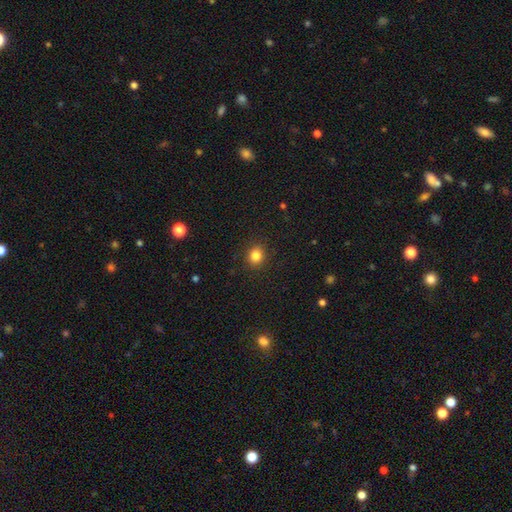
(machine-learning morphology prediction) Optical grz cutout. It shows a smooth galaxy with no disk features (84%) that is round (73%). Merging: none (90%).